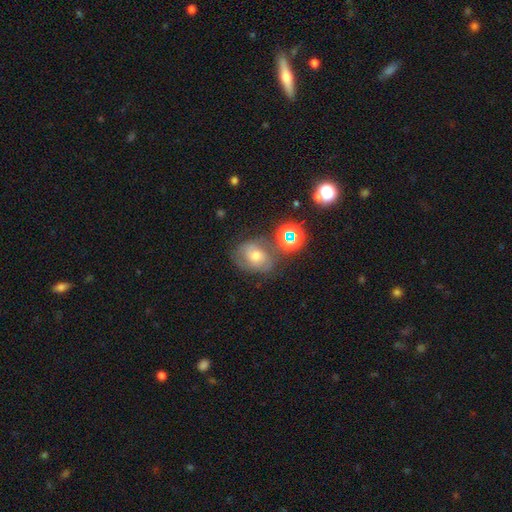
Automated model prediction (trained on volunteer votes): A smooth galaxy with no disk features (44%).

Vote fractions:
- Smooth or featured? smooth: 44% / featured or disk: 36% / star or artifact: 20%
- Merging? none: 57% / minor disturbance: 22% / major disturbance: 11% / merger: 10%